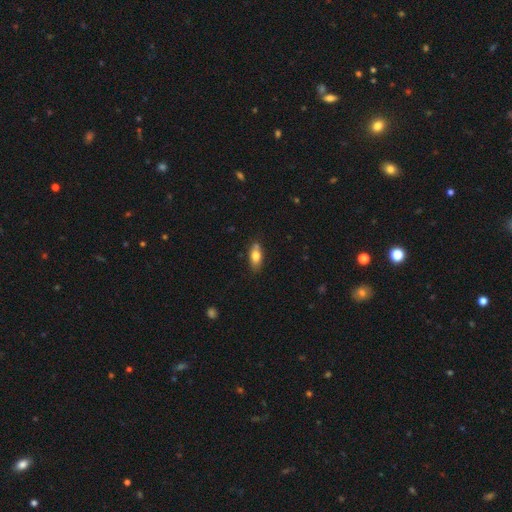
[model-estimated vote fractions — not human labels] Overall: smooth (77%). How rounded: in between (84%). Merging: none (72%).